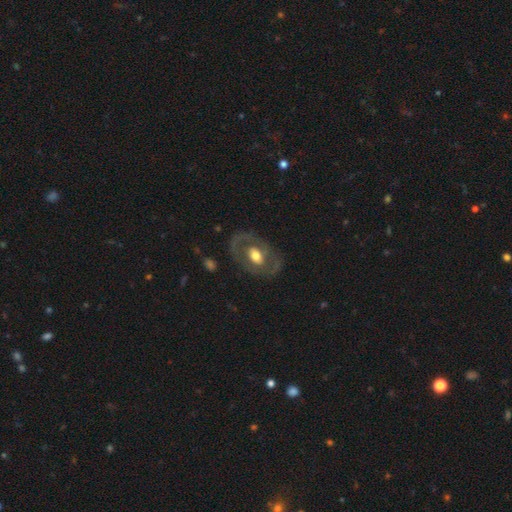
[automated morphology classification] This appears to be a featured or disk galaxy (62%) with no bar (67%), no spiral arms (65%) and a moderate central bulge (60%). Merging: none (75%).